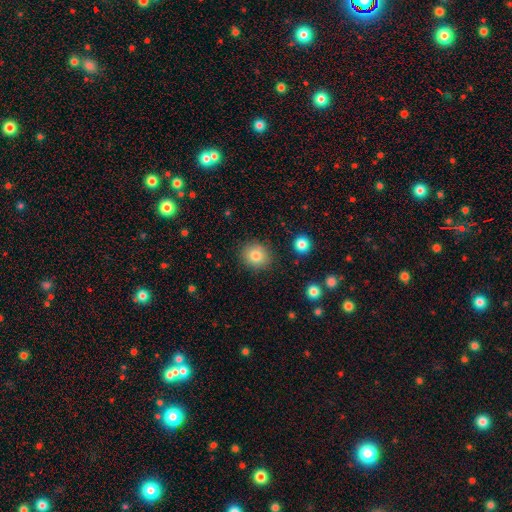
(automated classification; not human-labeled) smooth 82%, star or artifact 10%, featured or disk 8%. Down the decision tree: how rounded — round (81%); merging — none (87%).